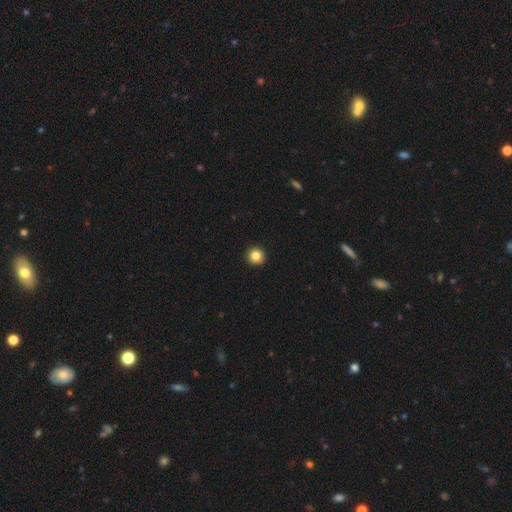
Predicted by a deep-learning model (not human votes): Overall: smooth (85%). How rounded: round (96%). Merging: none (94%).